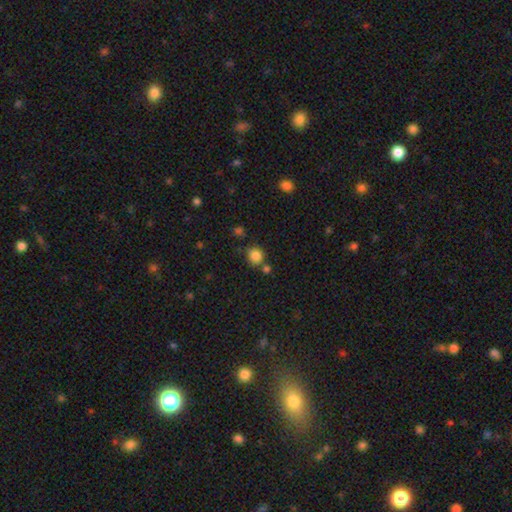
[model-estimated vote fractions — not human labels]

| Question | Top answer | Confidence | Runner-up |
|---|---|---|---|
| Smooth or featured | smooth | 84% | star or artifact (11%) |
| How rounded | round | 86% | in between (13%) |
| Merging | none | 68% | merger (15%) |